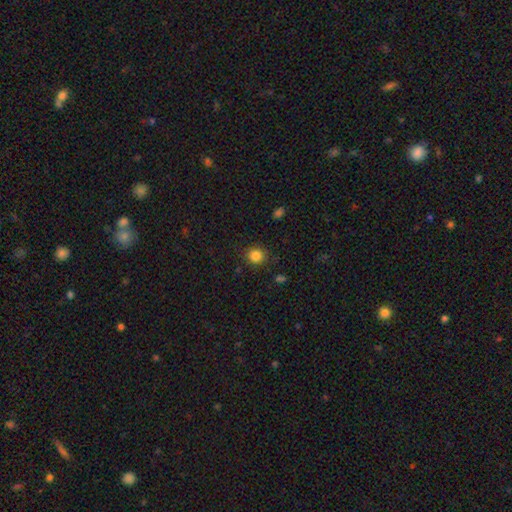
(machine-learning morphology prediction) The model was most divided on "smooth or featured": smooth: 84%, star or artifact: 12%, featured or disk: 4%. More confident: merging — none (88%); how rounded — round (88%).